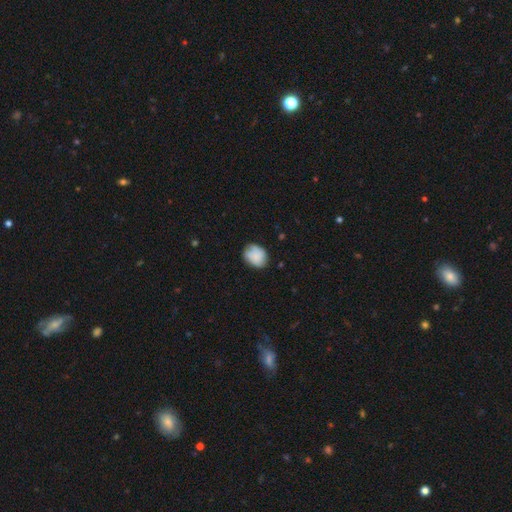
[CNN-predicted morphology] Smooth or featured?
  - smooth: 75% *
  - featured or disk: 18%
  - star or artifact: 7%
How rounded?
  - in between: 56% *
  - round: 43%
  - cigar-shaped: 1%
Merging?
  - none: 71% *
  - minor disturbance: 22%
  - major disturbance: 5%
  - merger: 2%